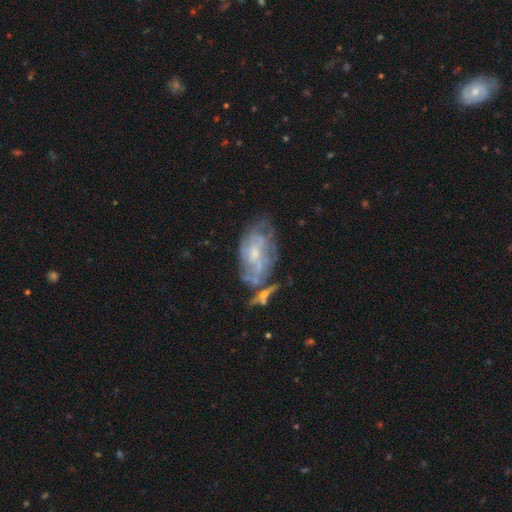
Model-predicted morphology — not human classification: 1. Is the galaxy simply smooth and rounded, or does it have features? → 71% featured or disk, 20% smooth, 9% star or artifact.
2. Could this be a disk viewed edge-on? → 94% no, 6% yes.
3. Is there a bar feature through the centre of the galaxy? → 58% no, 35% weak, 7% strong.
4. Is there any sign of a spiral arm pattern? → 68% yes, 32% no.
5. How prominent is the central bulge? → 59% small, 32% moderate, 6% none, 2% large, 1% dominant.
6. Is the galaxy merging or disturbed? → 42% none, 23% minor disturbance, 18% merger, 17% major disturbance.